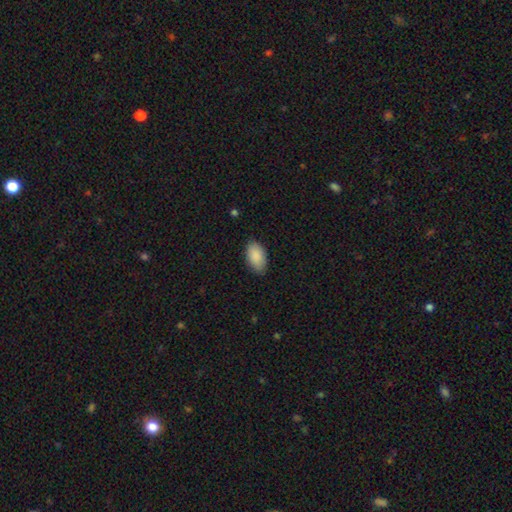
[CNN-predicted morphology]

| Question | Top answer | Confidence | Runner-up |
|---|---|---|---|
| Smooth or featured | smooth | 90% | star or artifact (6%) |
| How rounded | in between | 95% | round (4%) |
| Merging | none | 83% | minor disturbance (13%) |